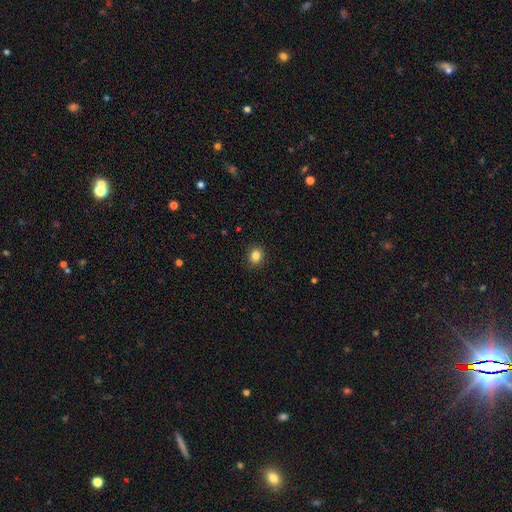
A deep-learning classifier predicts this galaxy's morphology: Smooth or featured?
  - smooth: 85% *
  - star or artifact: 11%
  - featured or disk: 5%
How rounded?
  - round: 71% *
  - in between: 28%
  - cigar-shaped: 1%
Merging?
  - none: 90% *
  - minor disturbance: 7%
  - major disturbance: 2%
  - merger: 1%